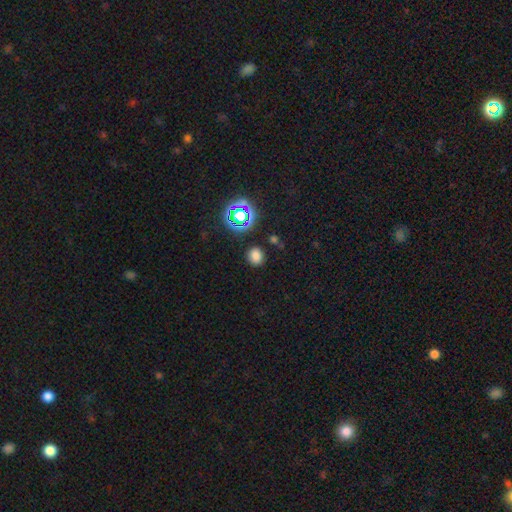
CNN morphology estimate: A smooth galaxy with no disk features (72%) that is round (71%).

Vote fractions:
- Smooth or featured? smooth: 72% / star or artifact: 22% / featured or disk: 6%
- How rounded? round: 71% / in between: 28% / cigar-shaped: 1%
- Merging? none: 86% / minor disturbance: 9% / major disturbance: 3% / merger: 3%